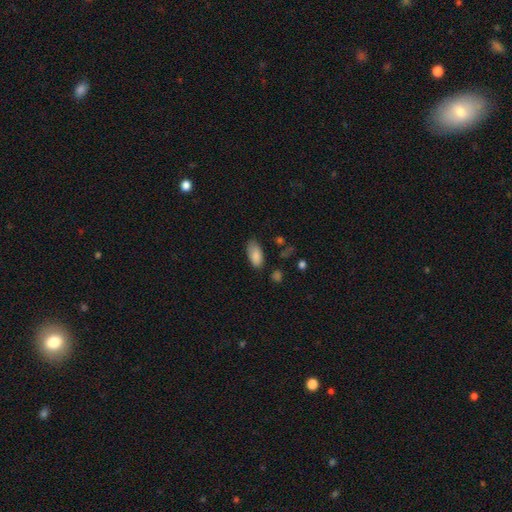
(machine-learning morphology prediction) Overall: smooth (86%). How rounded: in between (91%). Merging: none (68%).